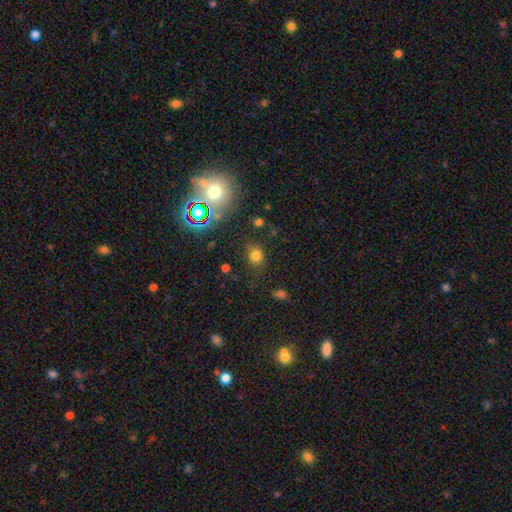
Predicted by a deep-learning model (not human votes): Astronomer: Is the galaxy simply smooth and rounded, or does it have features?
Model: smooth — 74%.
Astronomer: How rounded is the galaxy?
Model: round — 65%.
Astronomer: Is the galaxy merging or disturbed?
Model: none — 73%.